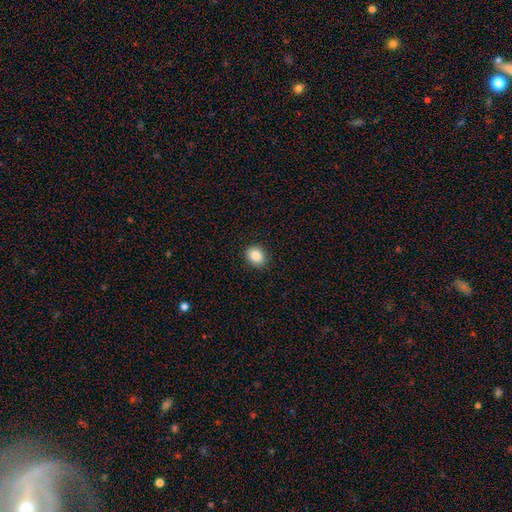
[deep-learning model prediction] Smooth or featured?
  - smooth: 87% *
  - star or artifact: 9%
  - featured or disk: 4%
How rounded?
  - in between: 53% *
  - round: 46%
  - cigar-shaped: 1%
Merging?
  - none: 89% *
  - minor disturbance: 8%
  - major disturbance: 2%
  - merger: 1%